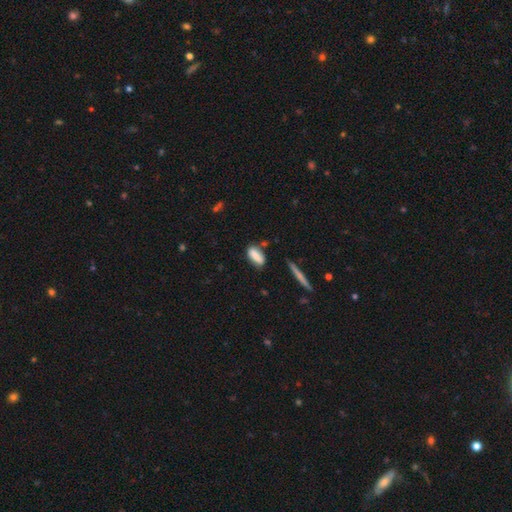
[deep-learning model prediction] smooth_or_featured: smooth (p=0.81) [alt: featured or disk p=0.12]
how_rounded: in between (p=0.78) [alt: cigar-shaped p=0.18]
merging: none (p=0.71) [alt: minor disturbance p=0.18]